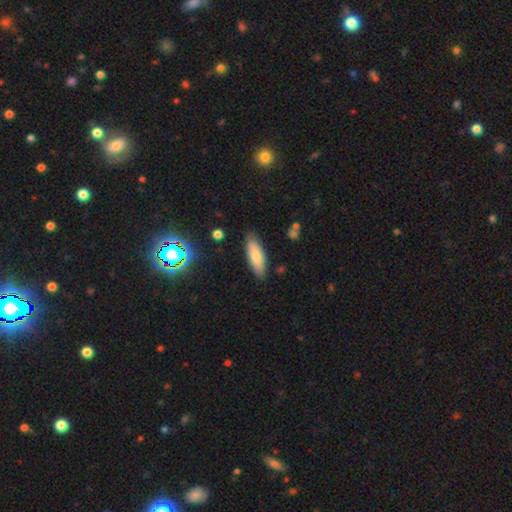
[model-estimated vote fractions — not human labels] Smooth or featured? Predicted: smooth (p=0.76). How rounded? Predicted: in between (p=0.62). Merging? Predicted: none (p=0.85).